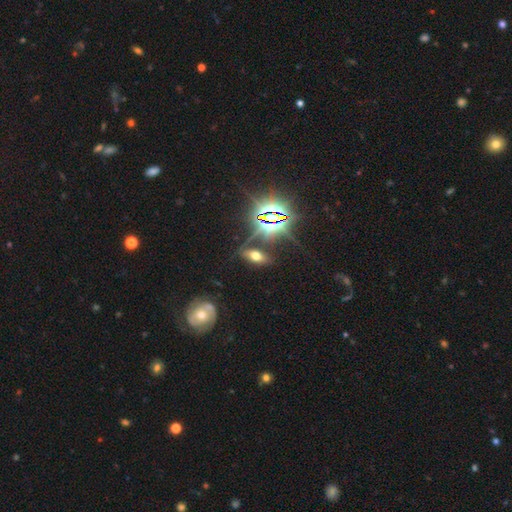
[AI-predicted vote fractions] Smooth or featured? smooth (46%)
Merging? none (77%)